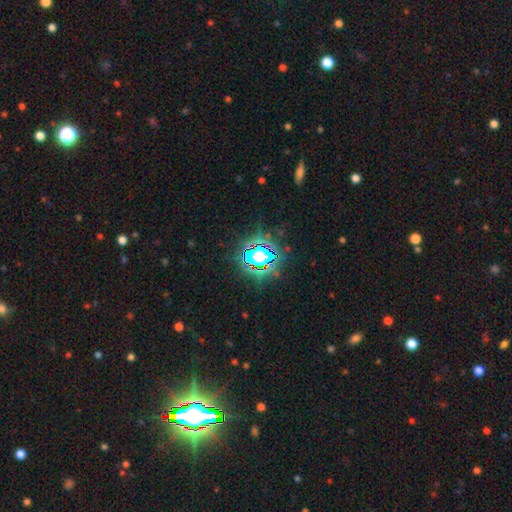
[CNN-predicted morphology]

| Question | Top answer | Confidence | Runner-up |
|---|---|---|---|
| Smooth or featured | star or artifact | 81% | smooth (12%) |